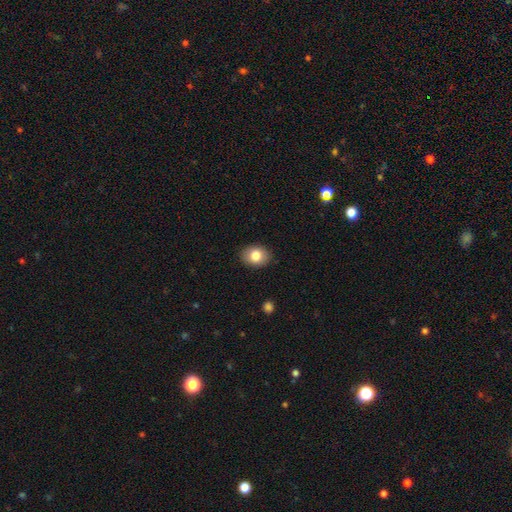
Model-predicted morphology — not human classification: This is clearly a smooth galaxy (82%). How rounded: likely in between (62%). Merging: clearly none (89%).